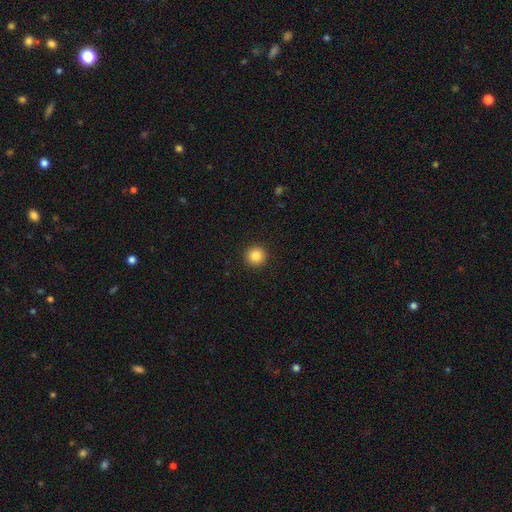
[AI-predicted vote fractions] Q: Smooth or featured?
A: smooth (86%); runner-up: star or artifact (10%)
Q: How rounded?
A: round (96%); runner-up: in between (3%)
Q: Merging?
A: none (93%); runner-up: minor disturbance (4%)